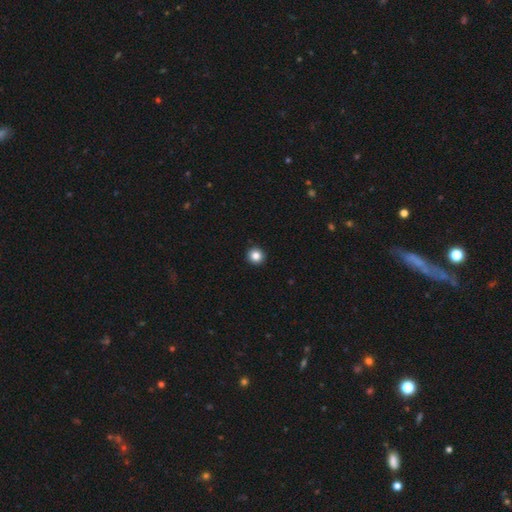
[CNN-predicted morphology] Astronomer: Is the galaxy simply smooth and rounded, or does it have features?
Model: smooth — 84%.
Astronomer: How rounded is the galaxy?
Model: round — 95%.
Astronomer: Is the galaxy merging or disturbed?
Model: none — 94%.